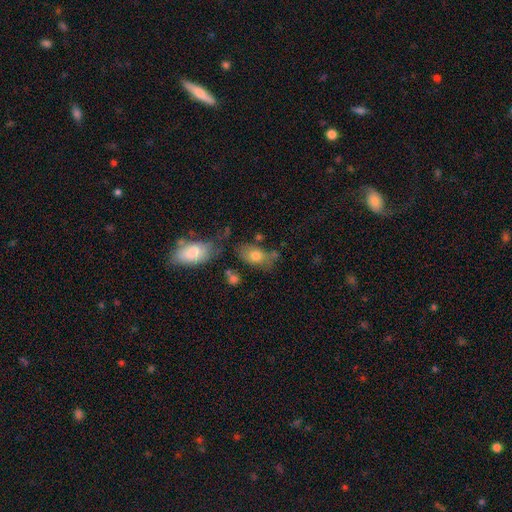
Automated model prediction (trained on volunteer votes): Q: Smooth or featured?
A: smooth (74%); runner-up: featured or disk (17%)
Q: How rounded?
A: in between (83%); runner-up: round (14%)
Q: Merging?
A: none (47%); runner-up: minor disturbance (25%)